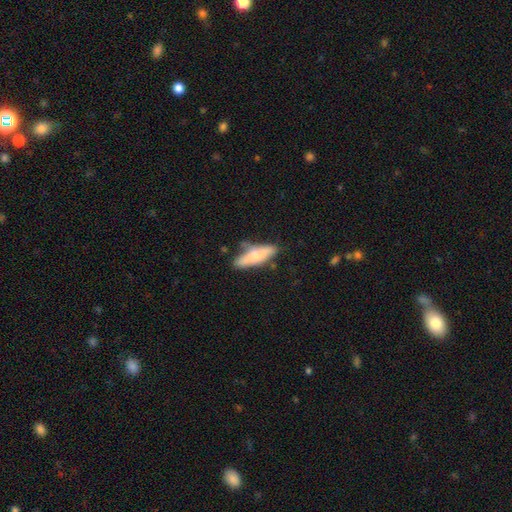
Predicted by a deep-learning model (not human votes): A smooth galaxy with no disk features (61%) that is cigar-shaped (55%).

Vote fractions:
- Smooth or featured? smooth: 61% / featured or disk: 33% / star or artifact: 6%
- How rounded? cigar-shaped: 55% / in between: 43% / round: 2%
- Merging? none: 58% / minor disturbance: 25% / merger: 9% / major disturbance: 8%